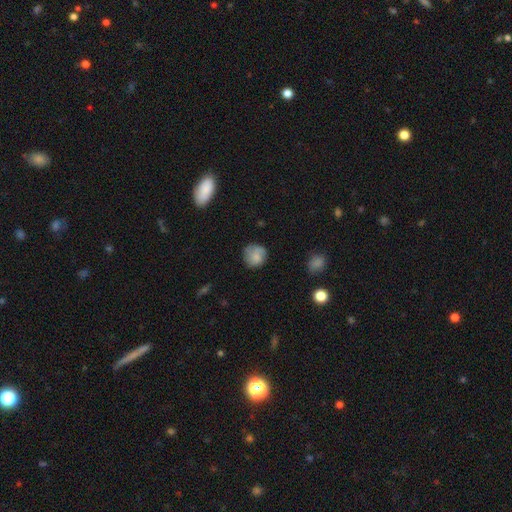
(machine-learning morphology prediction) Smooth or featured? smooth (71%)
How rounded? round (82%)
Merging? none (67%)